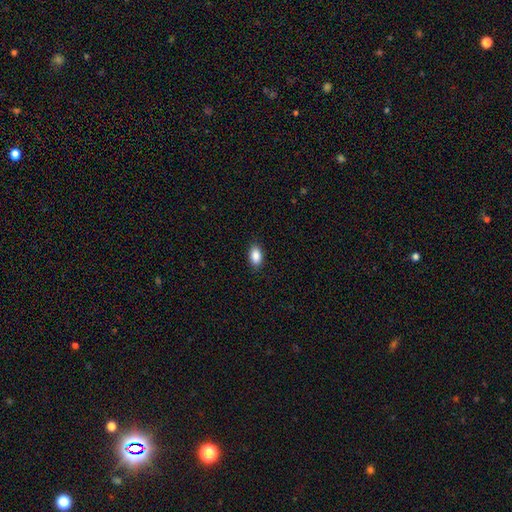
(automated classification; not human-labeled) Smooth or featured?
  - smooth: 88% *
  - star or artifact: 8%
  - featured or disk: 4%
How rounded?
  - in between: 91% *
  - round: 6%
  - cigar-shaped: 2%
Merging?
  - none: 89% *
  - minor disturbance: 8%
  - major disturbance: 2%
  - merger: 1%